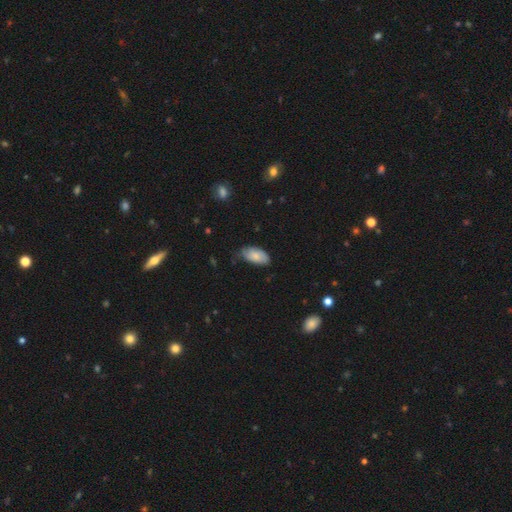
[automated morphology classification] Q: Smooth or featured?
A: smooth (74%); runner-up: featured or disk (19%)
Q: How rounded?
A: in between (93%); runner-up: cigar-shaped (4%)
Q: Merging?
A: none (57%); runner-up: minor disturbance (35%)